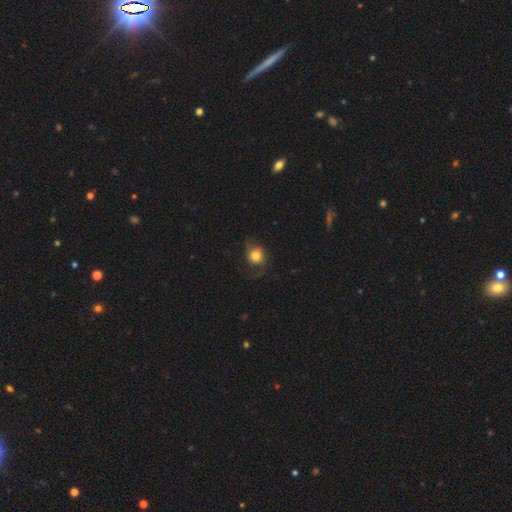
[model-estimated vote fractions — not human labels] Smooth or featured: smooth — 65% (featured or disk — 26%)
How rounded: round — 78% (in between — 21%)
Merging: none — 59% (minor disturbance — 22%)